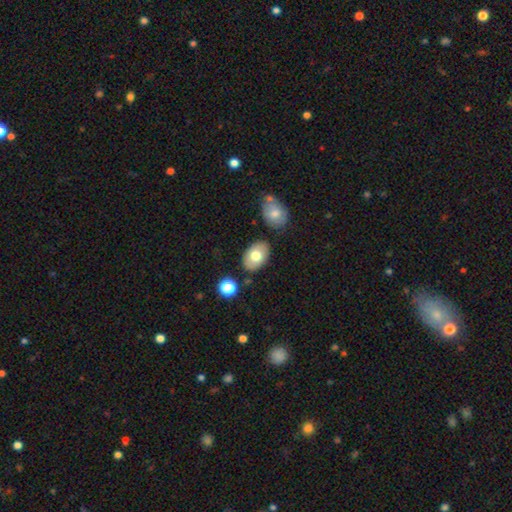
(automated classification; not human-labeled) This appears to be a smooth galaxy with no disk features (73%) that is in between round and cigar-shaped (88%). Merging: none (80%).